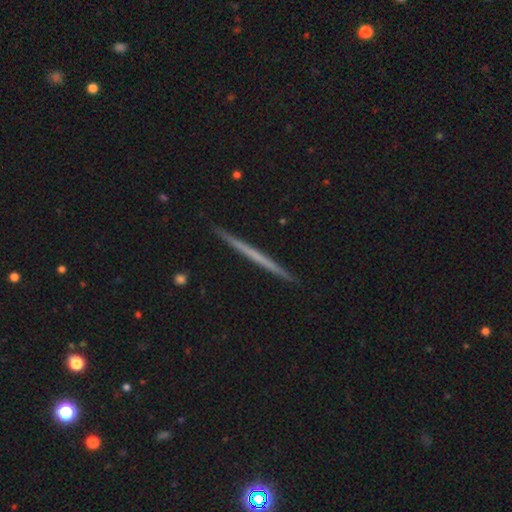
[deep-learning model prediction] smooth-or-featured: featured or disk: 55% | smooth: 40% | star or artifact: 5%
  disk-edge-on: yes: 98% | no: 2%
    edge-on-bulge: none: 94% | rounded: 4% | boxy: 2%
  merging: none: 93% | minor disturbance: 5% | major disturbance: 1% | merger: 1%